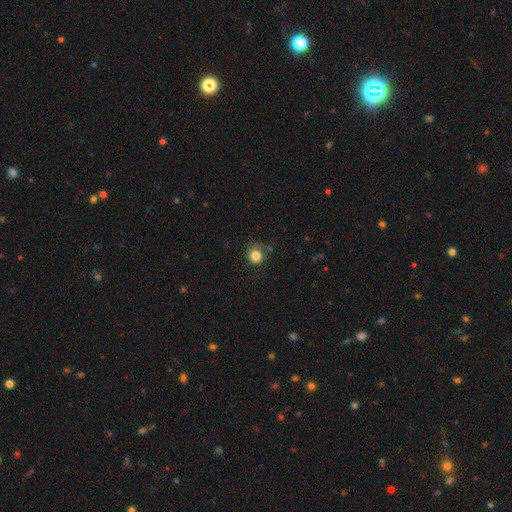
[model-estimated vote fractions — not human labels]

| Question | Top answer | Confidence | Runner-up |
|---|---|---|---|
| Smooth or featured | smooth | 84% | star or artifact (11%) |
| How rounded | round | 88% | in between (11%) |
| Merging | none | 70% | minor disturbance (20%) |